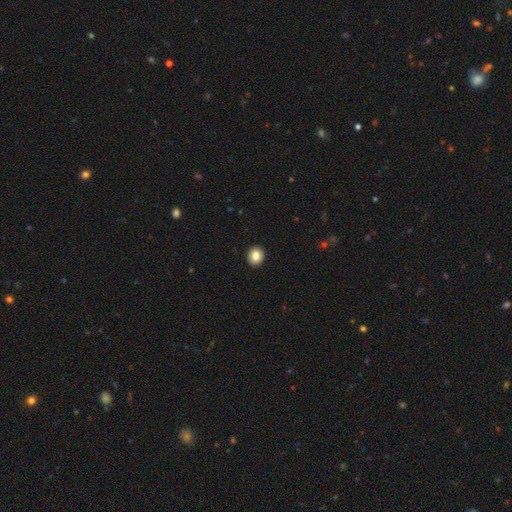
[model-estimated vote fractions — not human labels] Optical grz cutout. It shows a smooth galaxy with no disk features (84%) that is round (80%). Merging: none (93%).